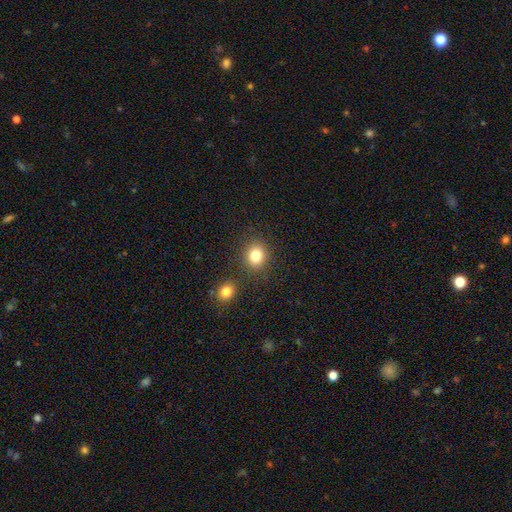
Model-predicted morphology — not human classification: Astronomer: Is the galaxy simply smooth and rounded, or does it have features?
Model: smooth — 83%.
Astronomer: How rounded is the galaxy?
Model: round — 74%.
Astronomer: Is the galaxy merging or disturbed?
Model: none — 83%.